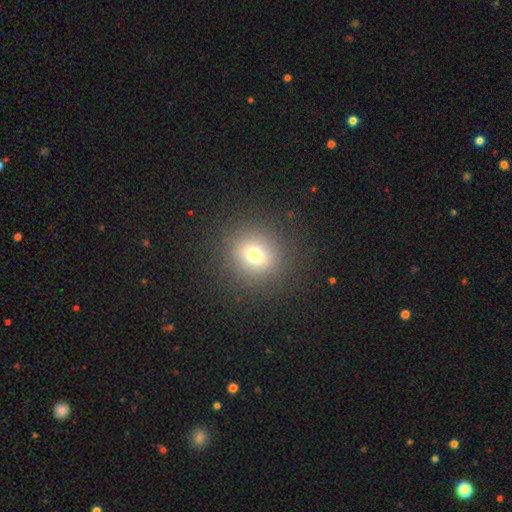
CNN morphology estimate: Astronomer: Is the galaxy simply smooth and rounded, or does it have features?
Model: smooth — 69%.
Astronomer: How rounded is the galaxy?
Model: round — 85%.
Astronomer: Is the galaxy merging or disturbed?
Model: none — 92%.